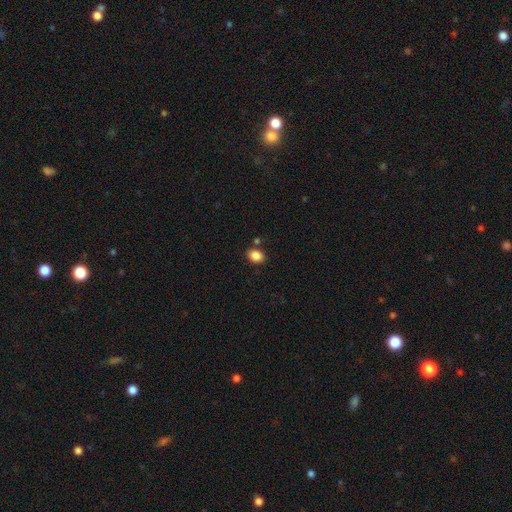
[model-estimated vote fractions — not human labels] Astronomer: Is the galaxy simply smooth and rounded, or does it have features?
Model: smooth — 87%.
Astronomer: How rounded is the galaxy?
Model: in between — 63%.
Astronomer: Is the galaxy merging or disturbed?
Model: none — 81%.